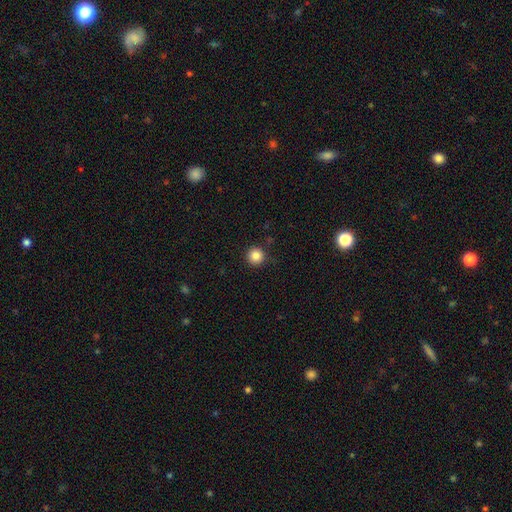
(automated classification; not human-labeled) Overall: smooth (85%). How rounded: round (96%). Merging: none (90%).